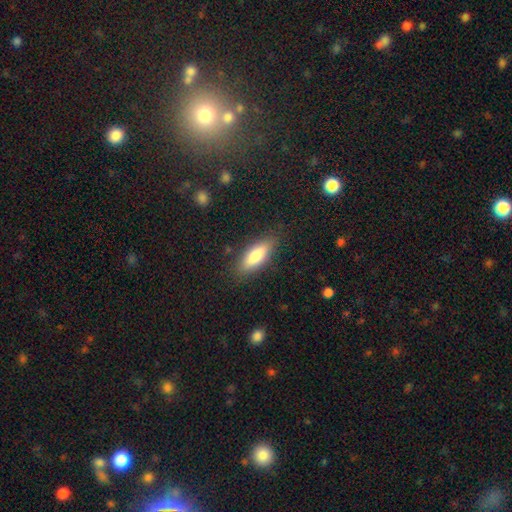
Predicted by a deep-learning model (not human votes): Smooth or featured: smooth — 77% (featured or disk — 17%)
How rounded: in between — 63% (cigar-shaped — 35%)
Merging: none — 84% (minor disturbance — 12%)